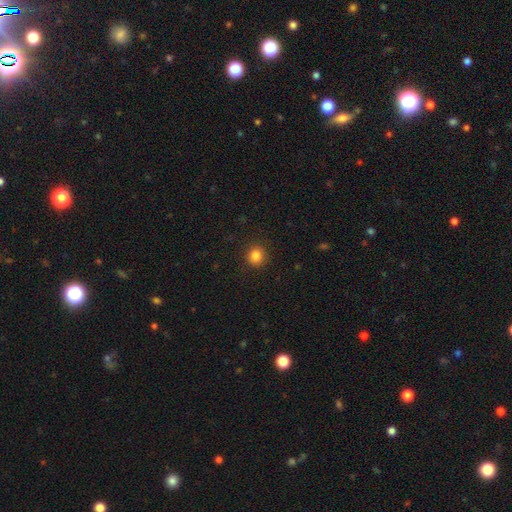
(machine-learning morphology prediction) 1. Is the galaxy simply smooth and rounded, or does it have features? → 84% smooth, 11% star or artifact, 4% featured or disk.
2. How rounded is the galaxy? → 87% round, 12% in between, 1% cigar-shaped.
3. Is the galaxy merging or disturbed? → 91% none, 6% minor disturbance, 2% major disturbance, 1% merger.